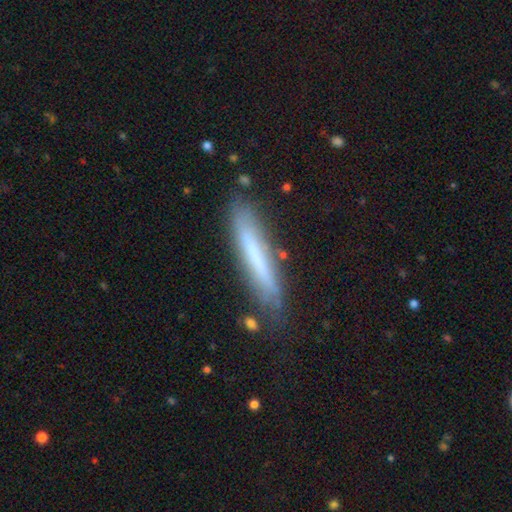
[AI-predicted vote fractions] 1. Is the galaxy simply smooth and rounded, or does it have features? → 55% smooth, 37% featured or disk, 8% star or artifact.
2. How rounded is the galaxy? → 92% cigar-shaped, 7% in between, 1% round.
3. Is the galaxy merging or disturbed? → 78% none, 16% minor disturbance, 4% major disturbance, 3% merger.